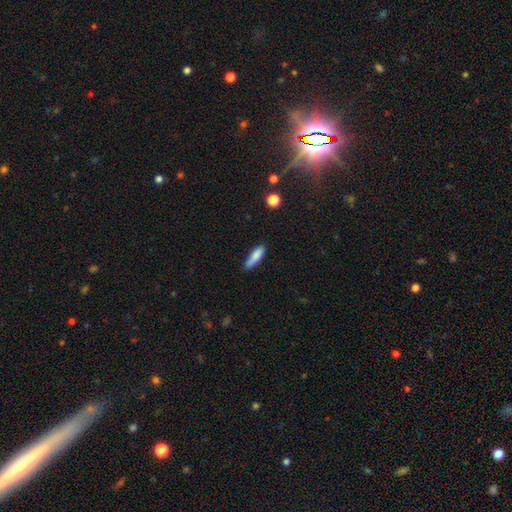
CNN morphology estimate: Overall: smooth (81%). How rounded: cigar-shaped (61%; in between 37%). Merging: none (66%; minor disturbance 26%).